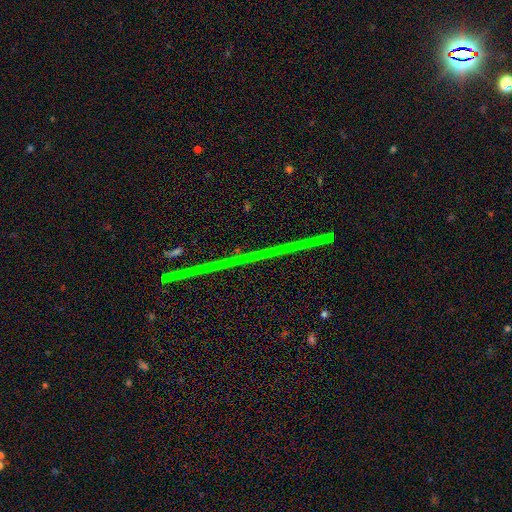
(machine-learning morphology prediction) This is clearly a star or artifact rather than a galaxy (83%).